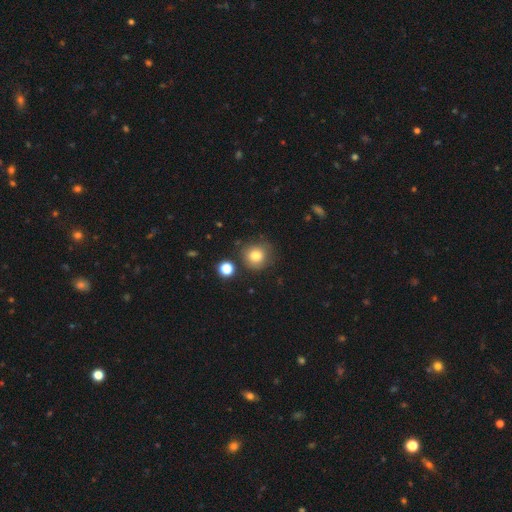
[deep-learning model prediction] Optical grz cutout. It shows a smooth galaxy with no disk features (81%) that is round (89%). Merging: none (79%).